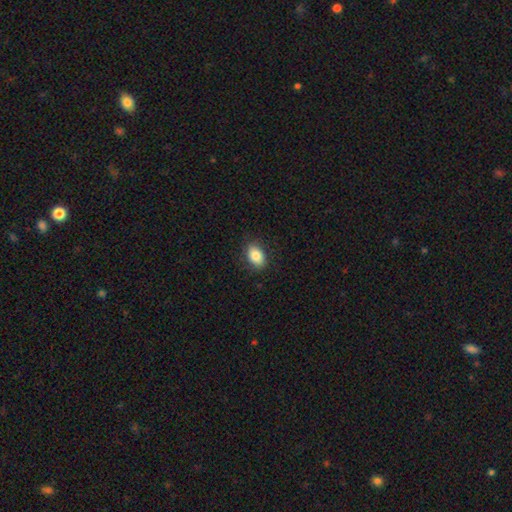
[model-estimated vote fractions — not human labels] Smooth or featured: smooth — 83% (featured or disk — 9%)
How rounded: in between — 85% (round — 14%)
Merging: none — 85% (minor disturbance — 11%)